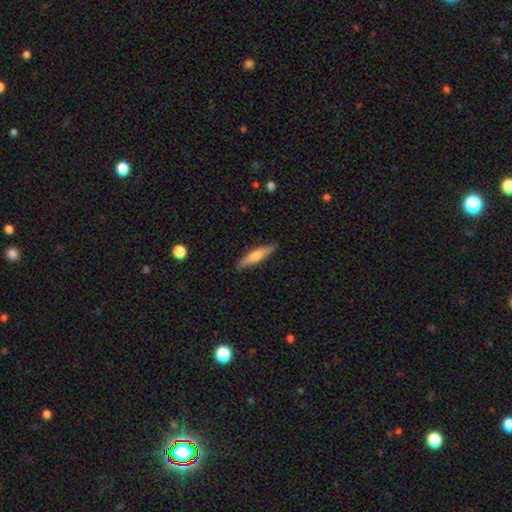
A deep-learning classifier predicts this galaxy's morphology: smooth_or_featured: smooth (p=0.56) [alt: featured or disk p=0.38]
how_rounded: cigar-shaped (p=0.85) [alt: in between p=0.14]
merging: none (p=0.87) [alt: minor disturbance p=0.10]